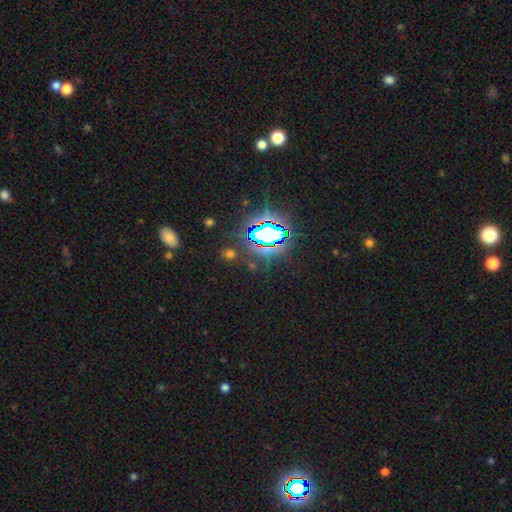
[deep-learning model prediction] Smooth or featured: star or artifact — 79% (smooth — 13%)